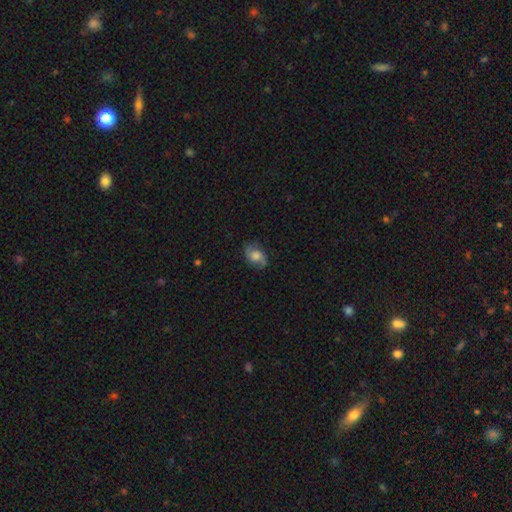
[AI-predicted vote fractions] This is possibly a featured or disk galaxy (47%). Merging: likely none (76%).